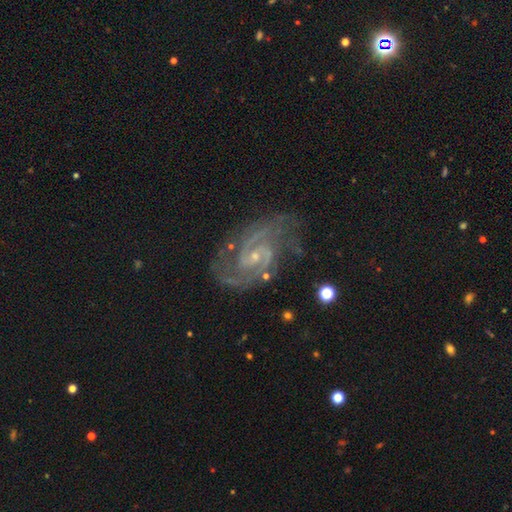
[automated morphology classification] Smooth or featured? Predicted: featured or disk (p=0.91). Edge-on disk? Predicted: no (p=0.98). Bar? Predicted: no (p=0.45). Spiral arms? Predicted: yes (p=0.98). Spiral winding? Predicted: medium (p=0.54). Spiral arm count? Predicted: 2 (p=0.81). Bulge size? Predicted: small (p=0.77). Merging? Predicted: none (p=0.69).